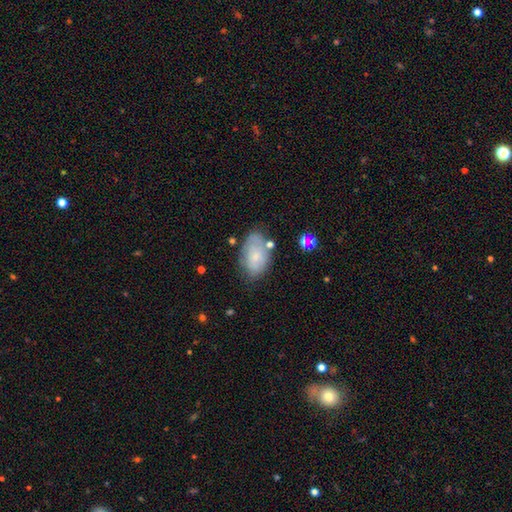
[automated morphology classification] smooth_or_featured: smooth (p=0.61) [alt: featured or disk p=0.31]
how_rounded: in between (p=0.91) [alt: round p=0.08]
merging: none (p=0.60) [alt: minor disturbance p=0.26]